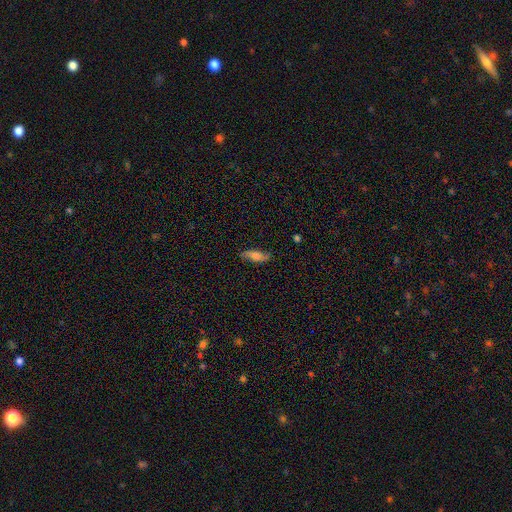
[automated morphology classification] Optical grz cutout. It shows a smooth galaxy with no disk features (58%) that is in between round and cigar-shaped (67%). Merging: none (76%).